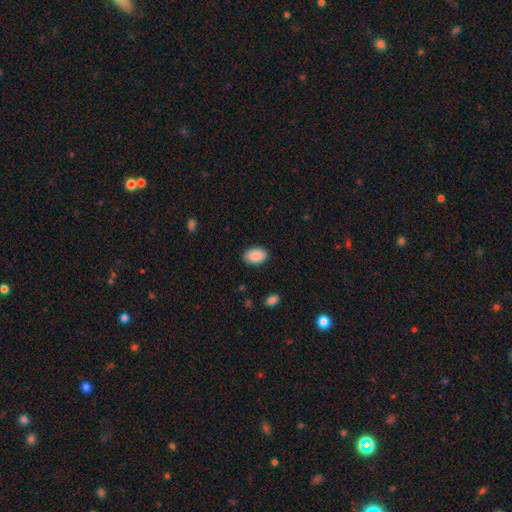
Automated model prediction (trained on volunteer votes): smooth_or_featured: smooth (p=0.90) [alt: star or artifact p=0.07]
how_rounded: in between (p=0.90) [alt: round p=0.09]
merging: none (p=0.88) [alt: minor disturbance p=0.09]